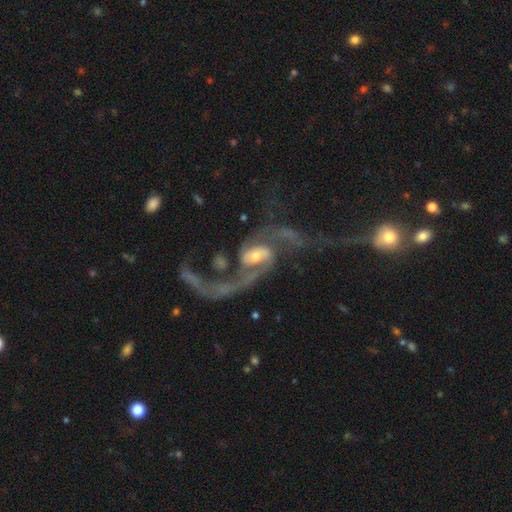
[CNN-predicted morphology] Smooth or featured: featured or disk — 87% (smooth — 7%)
Edge-on disk: no — 97% (yes — 3%)
Bar: weak — 42% (no — 39%)
Spiral arms: yes — 93% (no — 7%)
Spiral winding: loose — 72% (medium — 22%)
Spiral arm count: 2 — 81% (1 — 7%)
Bulge size: moderate — 50% (small — 38%)
Merging: major disturbance — 41% (none — 33%)